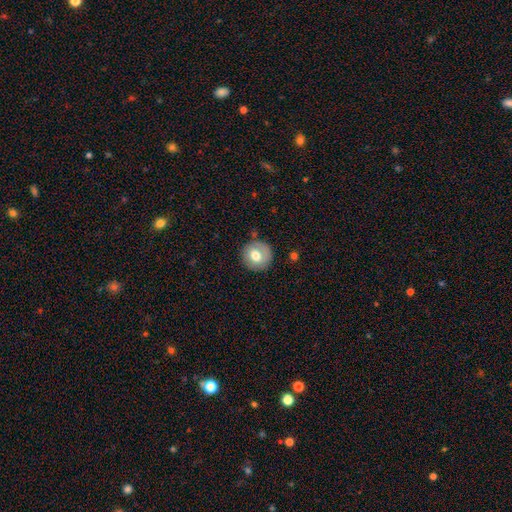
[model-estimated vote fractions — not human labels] Smooth or featured: smooth — 70% (featured or disk — 22%)
How rounded: round — 92% (in between — 7%)
Merging: none — 83% (minor disturbance — 12%)